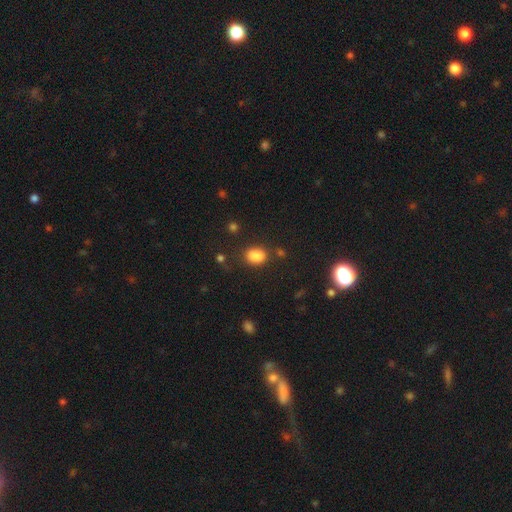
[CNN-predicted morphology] type=smooth (85%); roundness=in between (76%); merging=none (74%).